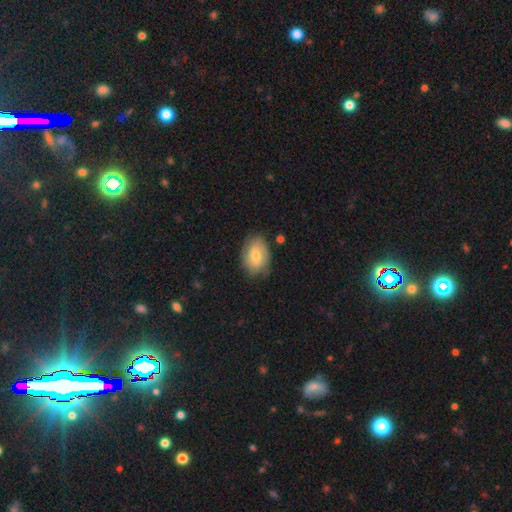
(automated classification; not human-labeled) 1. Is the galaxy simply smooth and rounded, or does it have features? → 60% smooth, 33% featured or disk, 7% star or artifact.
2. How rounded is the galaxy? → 80% in between, 19% round, 1% cigar-shaped.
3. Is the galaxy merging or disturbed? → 73% none, 20% minor disturbance, 5% major disturbance, 2% merger.